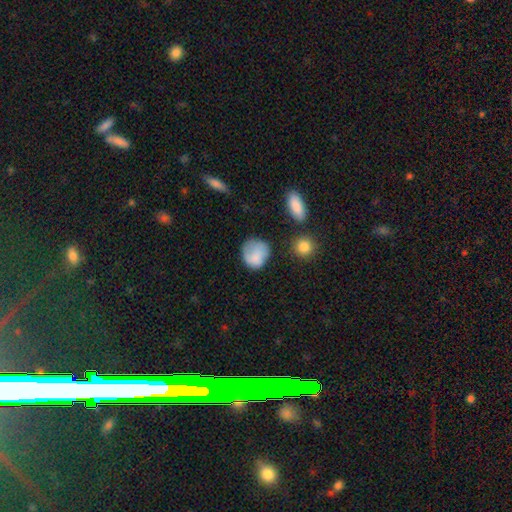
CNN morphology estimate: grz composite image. It shows a smooth galaxy with no disk features (78%) that is round (77%). Merging: none (59%).